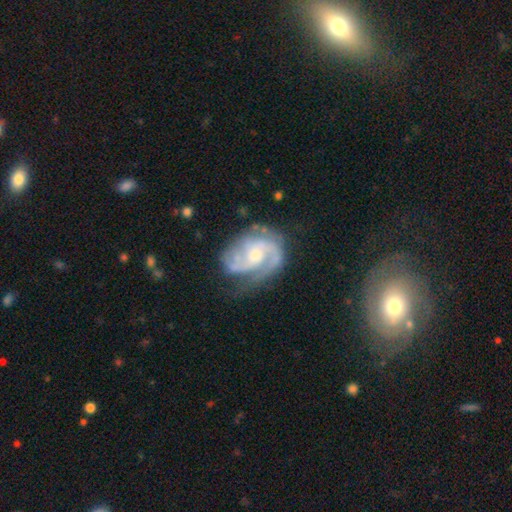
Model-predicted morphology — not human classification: This appears to be a featured or disk galaxy (88%) with no bar (56%), 2 (61%) medium (48%) spiral arms (97%) and a moderate central bulge (50%). Merging: none (62%).